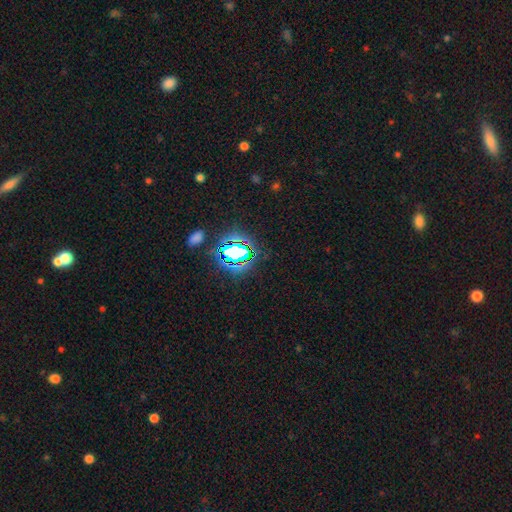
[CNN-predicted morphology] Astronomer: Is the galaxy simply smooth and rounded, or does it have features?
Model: star or artifact — 80%.